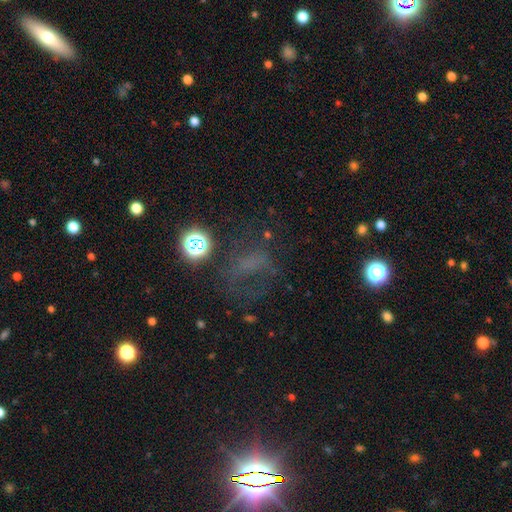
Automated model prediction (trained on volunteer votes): This appears to be a star or artifact, not a galaxy (37%).